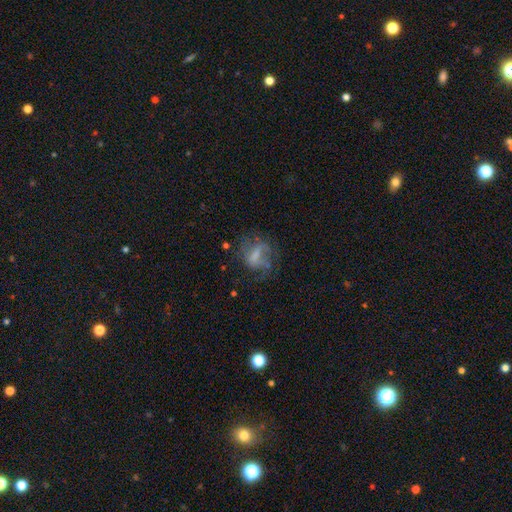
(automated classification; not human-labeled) This appears to be a featured or disk galaxy (49%). Merging: none (39%).